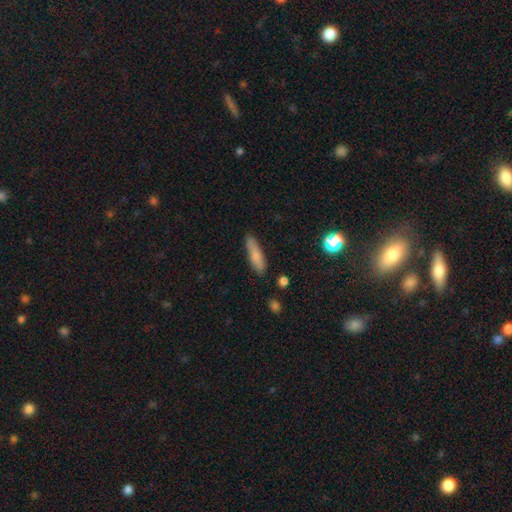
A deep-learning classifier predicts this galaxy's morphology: Q: Smooth or featured?
A: smooth (78%); runner-up: featured or disk (14%)
Q: How rounded?
A: cigar-shaped (71%); runner-up: in between (27%)
Q: Merging?
A: none (77%); runner-up: minor disturbance (18%)